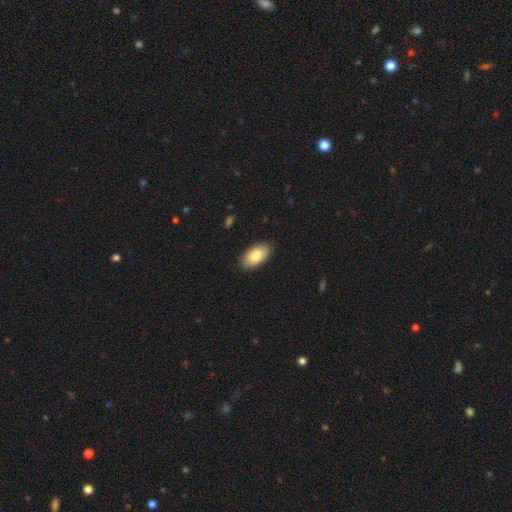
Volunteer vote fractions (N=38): A smooth galaxy with no disk features (87%) that is in between round and cigar-shaped (97%).

Vote fractions:
- Smooth or featured? smooth: 87% / featured or disk: 11% / star or artifact: 3%
- How rounded? in between: 97% / round: 3% / cigar-shaped: 0%
- Merging? none: 95% / major disturbance: 5% / minor disturbance: 0% / merger: 0%